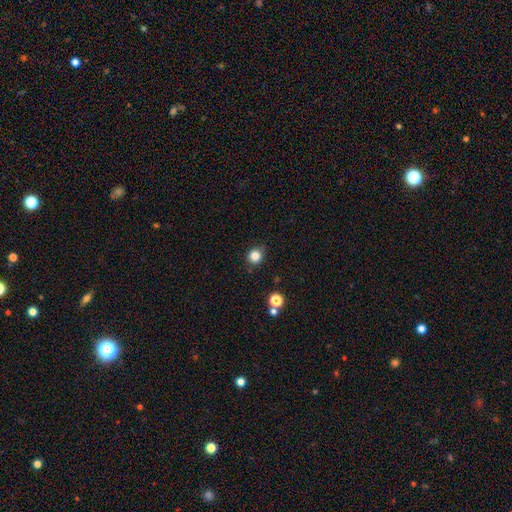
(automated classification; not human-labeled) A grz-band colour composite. It shows a smooth galaxy with no disk features (83%) that is round (87%). Merging: none (83%).